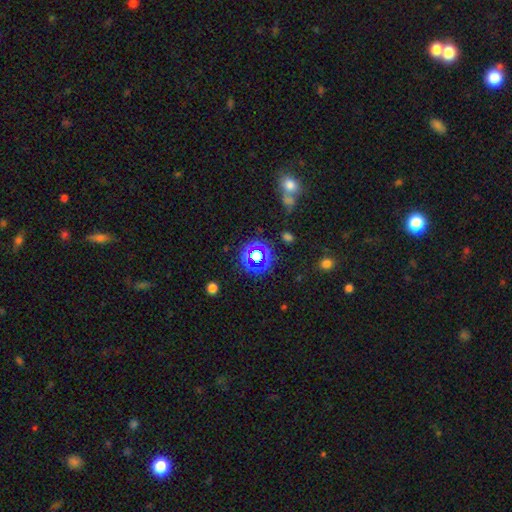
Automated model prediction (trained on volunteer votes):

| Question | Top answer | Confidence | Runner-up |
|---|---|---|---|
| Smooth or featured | star or artifact | 65% | smooth (24%) |